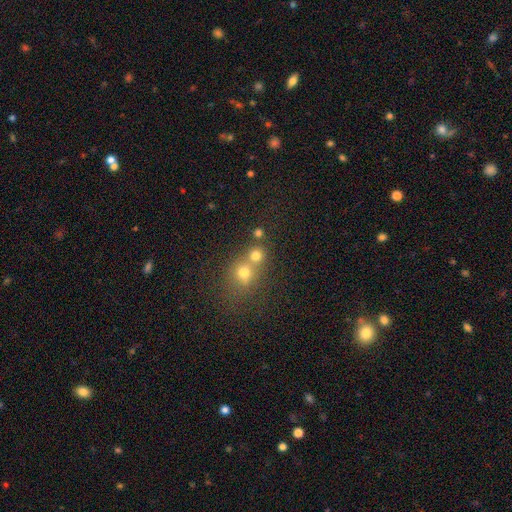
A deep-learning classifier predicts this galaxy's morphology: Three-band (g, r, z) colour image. It shows a smooth galaxy with no disk features (70%) that is round (85%). Merging: merger (46%).